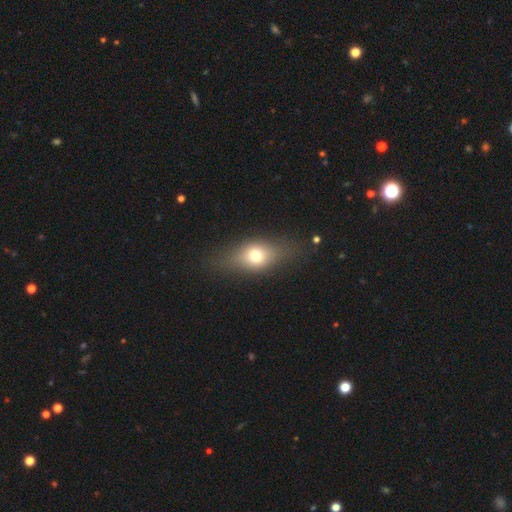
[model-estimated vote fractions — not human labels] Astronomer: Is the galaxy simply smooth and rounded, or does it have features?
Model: smooth — 66%.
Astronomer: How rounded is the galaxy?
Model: in between — 69%.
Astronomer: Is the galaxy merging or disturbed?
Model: none — 75%.